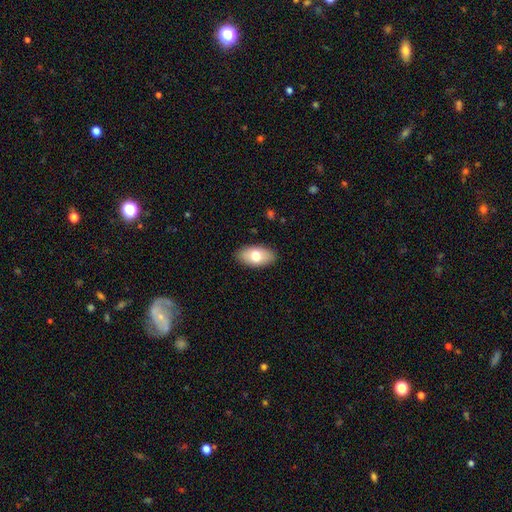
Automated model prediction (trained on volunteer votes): smooth_or_featured: smooth (p=0.73) [alt: featured or disk p=0.21]
how_rounded: in between (p=0.93) [alt: round p=0.04]
merging: none (p=0.88) [alt: minor disturbance p=0.09]